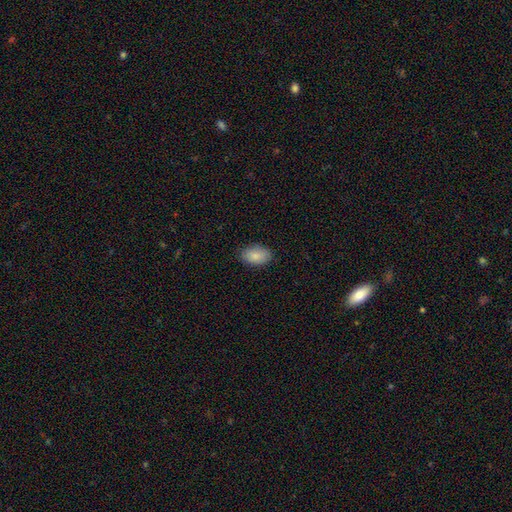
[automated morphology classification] Q: Smooth or featured?
A: smooth (88%); runner-up: star or artifact (7%)
Q: How rounded?
A: in between (91%); runner-up: round (8%)
Q: Merging?
A: none (86%); runner-up: minor disturbance (10%)